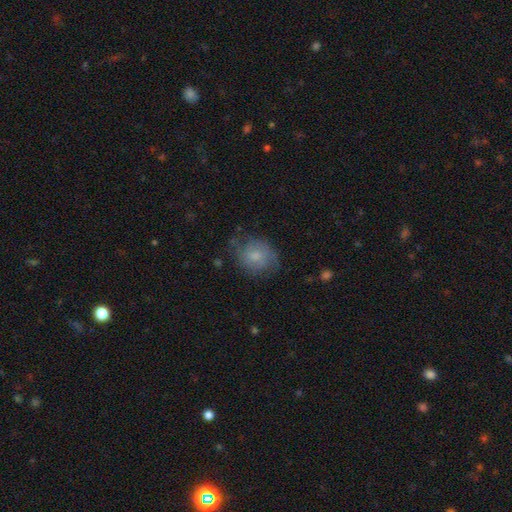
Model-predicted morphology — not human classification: This is likely a smooth galaxy (64%). How rounded: likely round (65%). Merging: possibly none (60%).